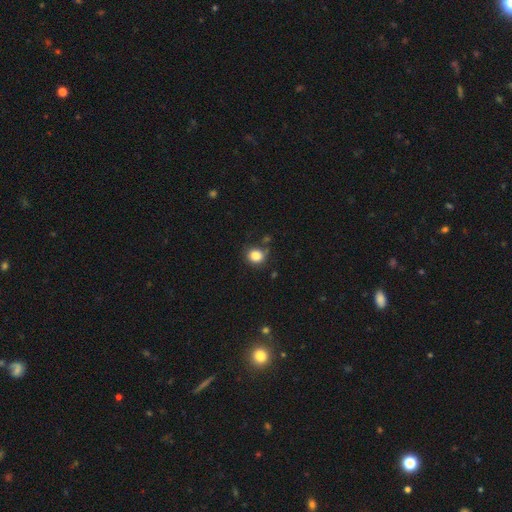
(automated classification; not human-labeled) Smooth or featured? smooth (85%)
How rounded? round (80%)
Merging? none (73%)